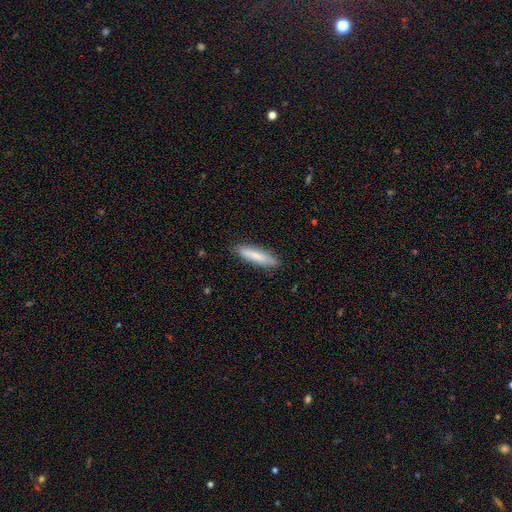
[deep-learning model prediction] This is clearly a smooth galaxy (80%). How rounded: clearly cigar-shaped (83%). Merging: clearly none (88%).